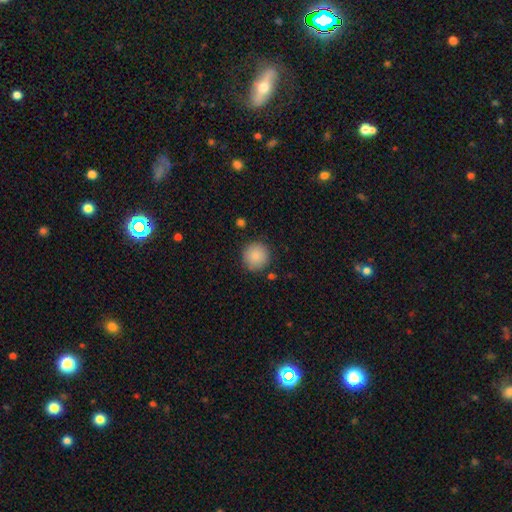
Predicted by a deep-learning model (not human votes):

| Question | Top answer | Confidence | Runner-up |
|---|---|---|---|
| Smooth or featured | smooth | 88% | star or artifact (8%) |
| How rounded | round | 95% | in between (4%) |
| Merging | none | 87% | minor disturbance (8%) |